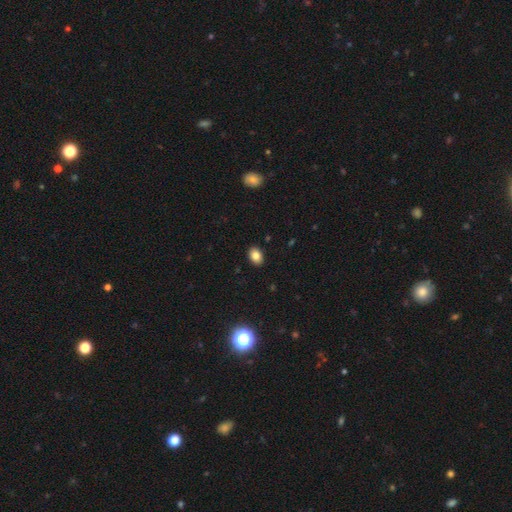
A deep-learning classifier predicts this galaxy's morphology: smooth 84%, star or artifact 9%, featured or disk 7%. Down the decision tree: how rounded — in between (76%); merging — none (90%).